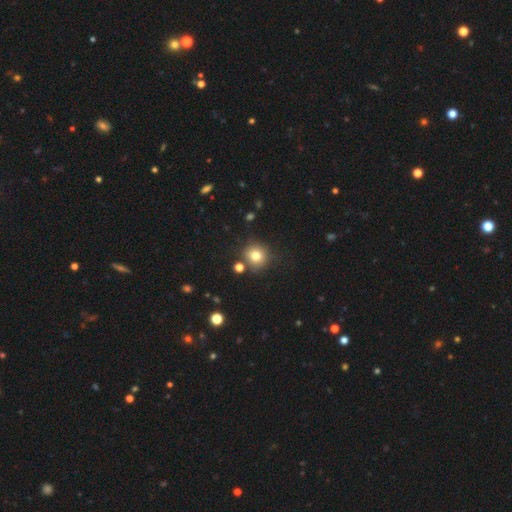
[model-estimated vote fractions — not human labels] Smooth or featured?
  - smooth: 78% *
  - star or artifact: 14%
  - featured or disk: 9%
How rounded?
  - round: 91% *
  - in between: 8%
  - cigar-shaped: 1%
Merging?
  - none: 80% *
  - minor disturbance: 10%
  - merger: 6%
  - major disturbance: 3%